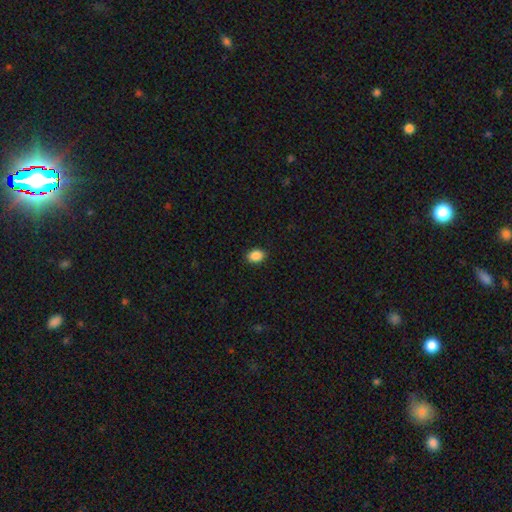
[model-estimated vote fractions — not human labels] This is clearly a smooth galaxy (88%). How rounded: likely in between (69%). Merging: clearly none (89%).